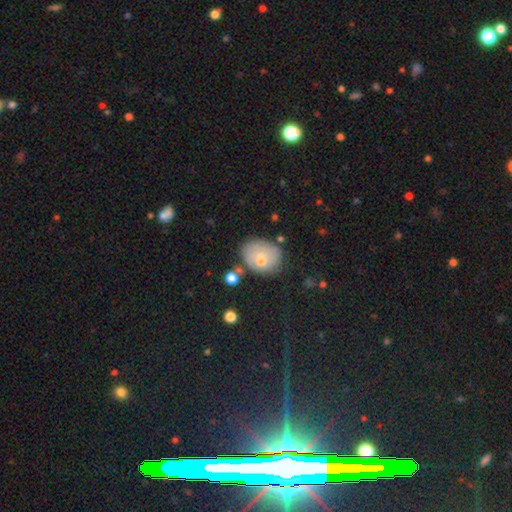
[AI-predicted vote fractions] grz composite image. It shows a smooth galaxy with no disk features (64%) that is round (55%). Merging: none (58%).